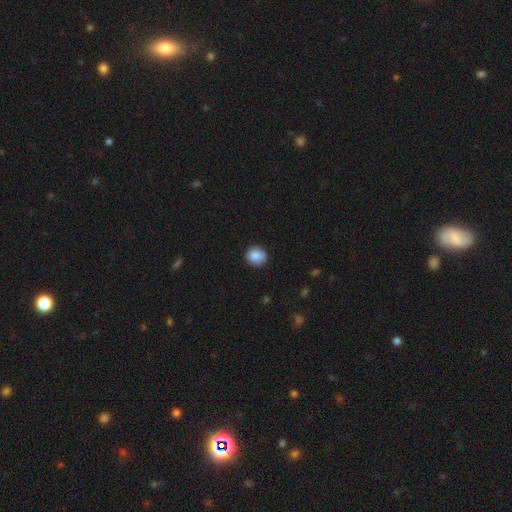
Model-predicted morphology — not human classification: Overall: smooth (85%). How rounded: round (87%). Merging: none (83%).